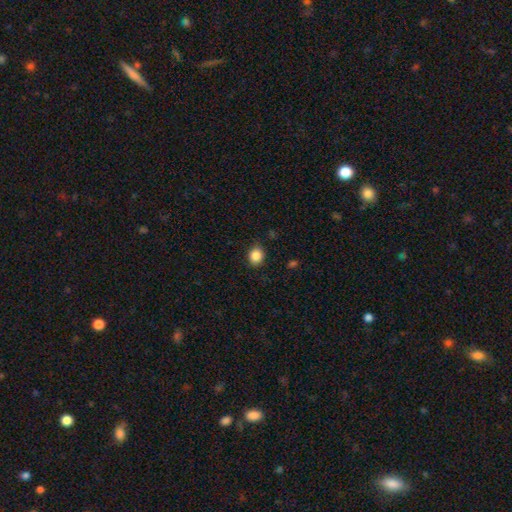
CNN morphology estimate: Smooth or featured?
  - smooth: 86% *
  - star or artifact: 10%
  - featured or disk: 4%
How rounded?
  - round: 64% *
  - in between: 35%
  - cigar-shaped: 1%
Merging?
  - none: 82% *
  - minor disturbance: 14%
  - major disturbance: 3%
  - merger: 1%